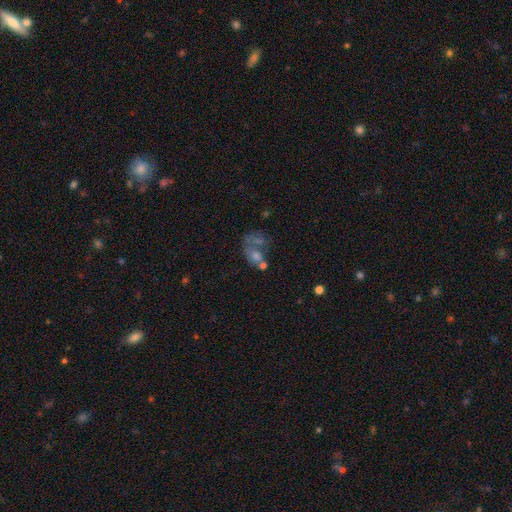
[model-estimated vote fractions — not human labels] Overall: smooth (47%; featured or disk 36%). Merging: merger (40%; major disturbance 25%).